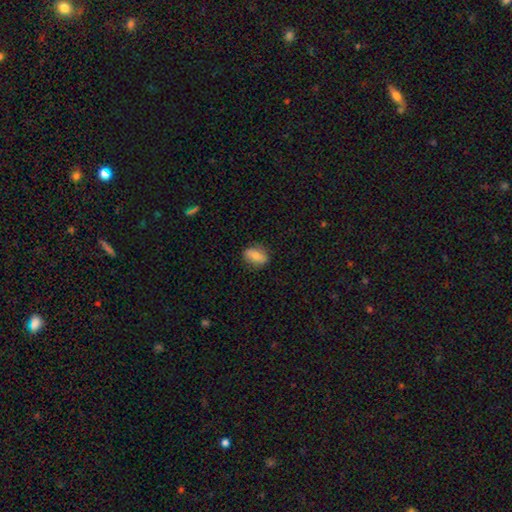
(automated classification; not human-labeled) Smooth or featured?
  - smooth: 74% *
  - featured or disk: 18%
  - star or artifact: 7%
How rounded?
  - in between: 79% *
  - round: 16%
  - cigar-shaped: 4%
Merging?
  - none: 81% *
  - minor disturbance: 14%
  - major disturbance: 3%
  - merger: 1%